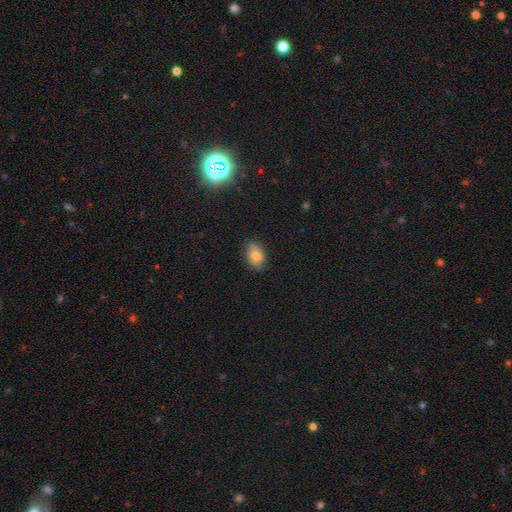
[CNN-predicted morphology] type=smooth (81%); roundness=in between (89%); merging=none (81%).